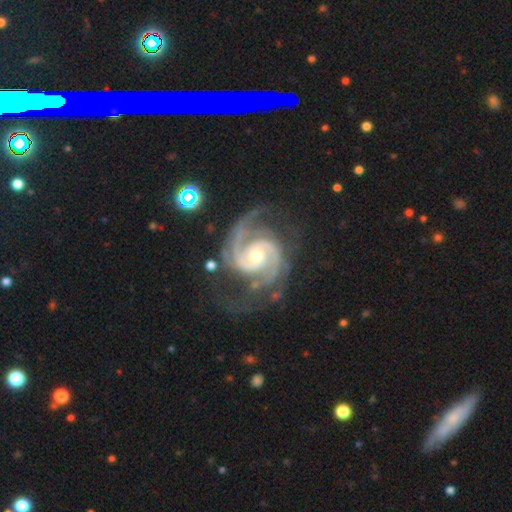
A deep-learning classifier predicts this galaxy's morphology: This is clearly a featured or disk galaxy (94%). It is clearly not viewed edge-on (98%). Bar: possibly no (57%). Spiral arm pattern: clearly yes (99%). Spiral arm count: likely 2 (76%). Spiral winding: possibly medium (50%). Central bulge: likely moderate (60%). Merging: likely none (65%).